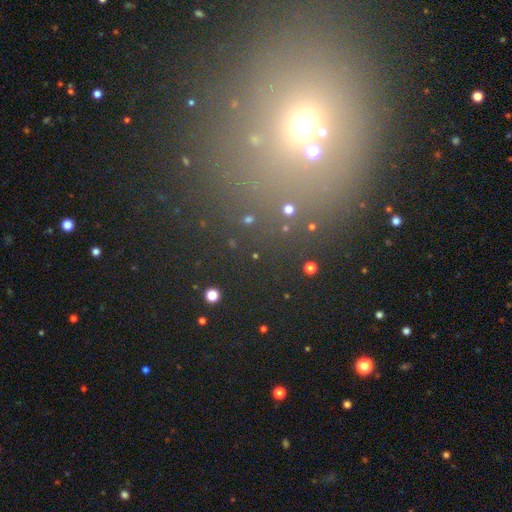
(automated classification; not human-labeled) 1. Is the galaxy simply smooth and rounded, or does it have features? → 56% star or artifact, 33% smooth, 11% featured or disk.